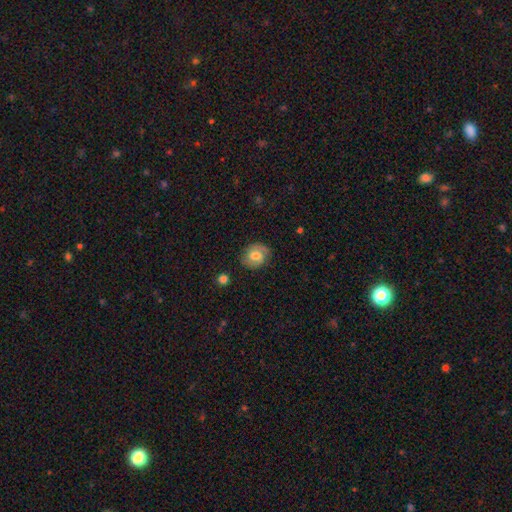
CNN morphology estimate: This is possibly a smooth galaxy (48%). Merging: likely none (78%).